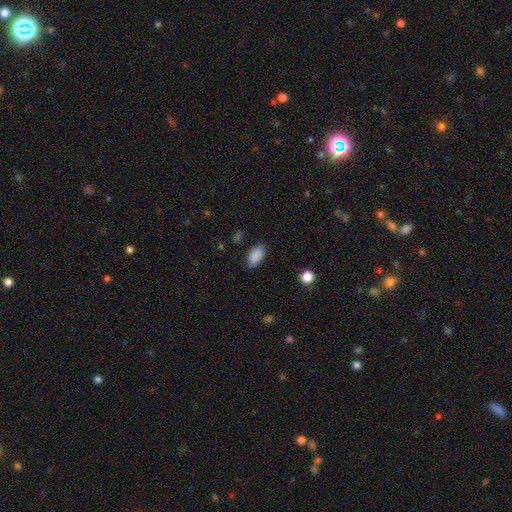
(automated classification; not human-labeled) Morphology: type=smooth (88%); roundness=in between (92%); merging=none (81%).